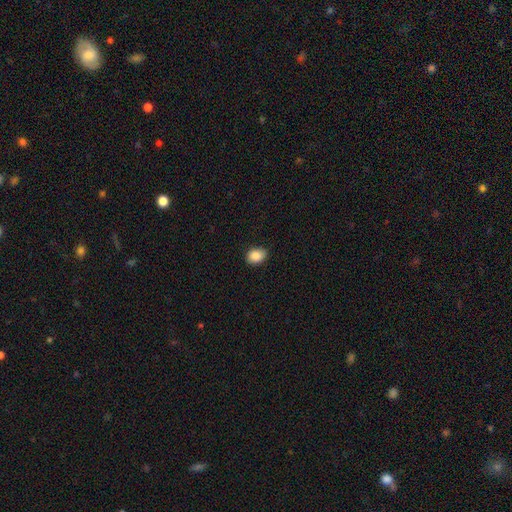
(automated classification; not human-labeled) A smooth galaxy with no disk features (88%) that is in between round and cigar-shaped (66%).

Vote fractions:
- Smooth or featured? smooth: 88% / star or artifact: 8% / featured or disk: 4%
- How rounded? in between: 66% / round: 33% / cigar-shaped: 1%
- Merging? none: 83% / minor disturbance: 14% / major disturbance: 2% / merger: 1%